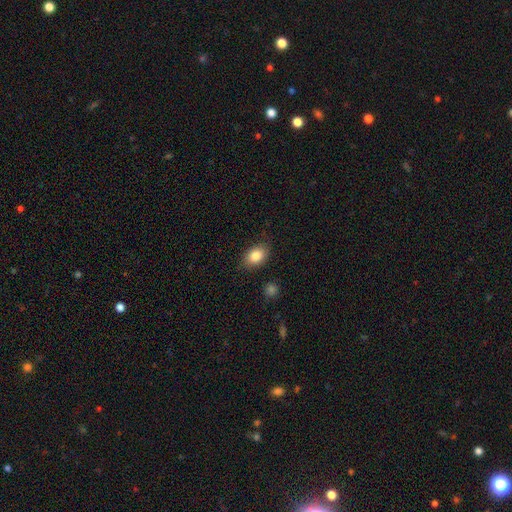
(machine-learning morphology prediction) This appears to be a smooth galaxy with no disk features (86%) that is in between round and cigar-shaped (80%). Merging: none (82%).